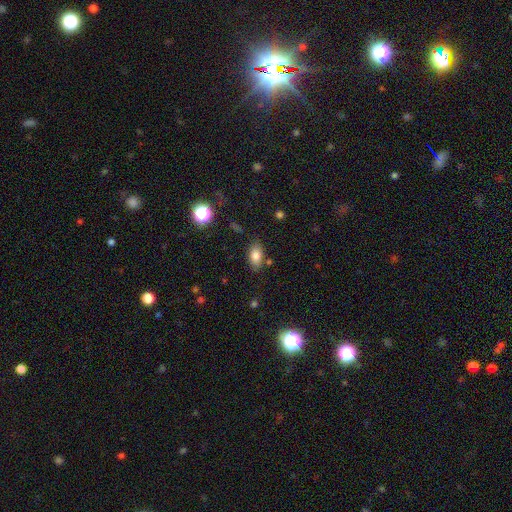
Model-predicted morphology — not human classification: Overall: smooth (80%). How rounded: in between (89%). Merging: none (81%).